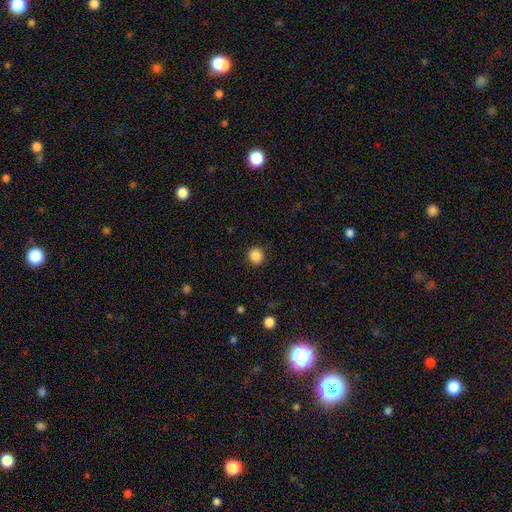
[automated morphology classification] Smooth or featured: smooth — 87% (star or artifact — 10%)
How rounded: round — 92% (in between — 7%)
Merging: none — 91% (minor disturbance — 6%)